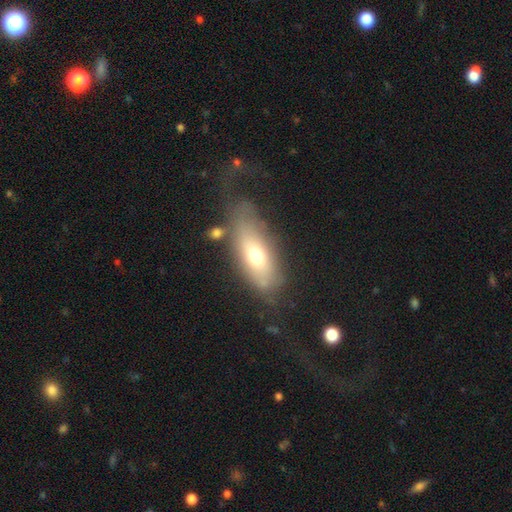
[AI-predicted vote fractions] smooth 57%, featured or disk 35%, star or artifact 8%. Down the decision tree: how rounded — in between (79%); merging — none (46%).